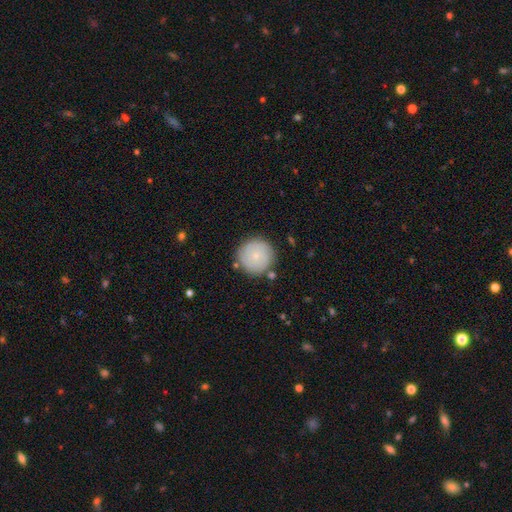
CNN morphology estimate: This appears to be a smooth galaxy with no disk features (65%) that is round (95%). Merging: none (83%).